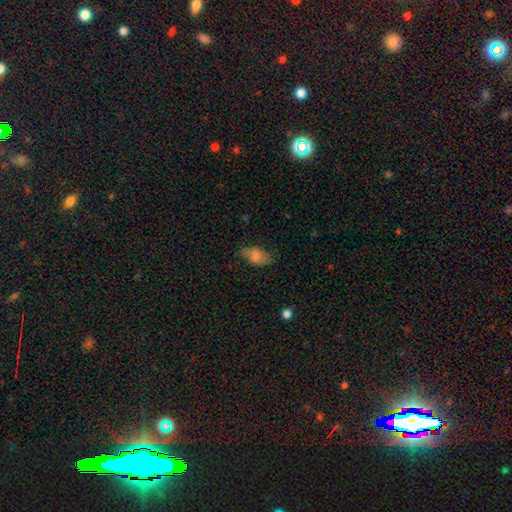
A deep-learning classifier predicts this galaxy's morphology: This appears to be a smooth galaxy with no disk features (69%) that is in between round and cigar-shaped (90%). Merging: none (71%).